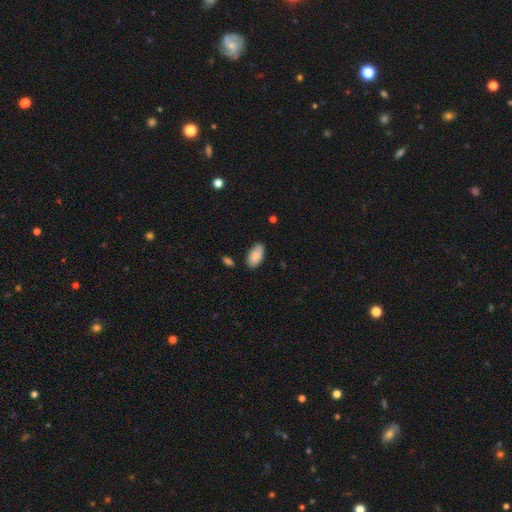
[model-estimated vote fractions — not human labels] Overall: smooth (85%). How rounded: in between (94%). Merging: none (78%).